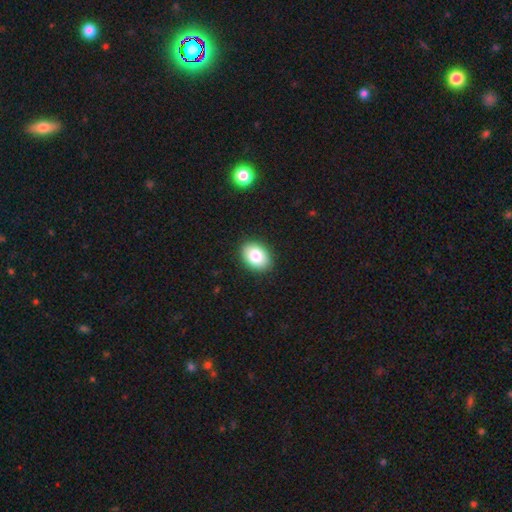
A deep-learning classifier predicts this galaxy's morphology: Smooth or featured? Predicted: smooth (p=0.84). How rounded? Predicted: in between (p=0.81). Merging? Predicted: none (p=0.90).